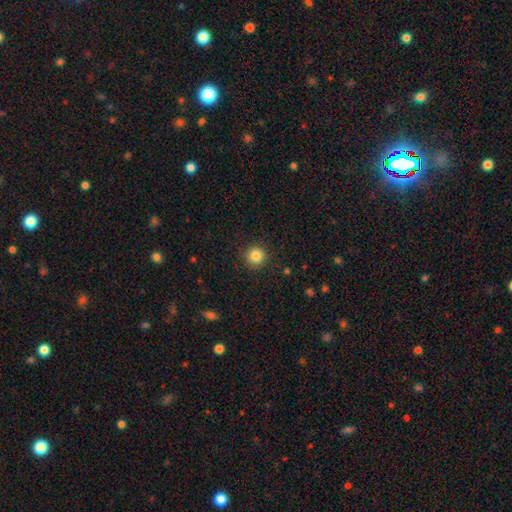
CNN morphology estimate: Smooth or featured? Predicted: smooth (p=0.84). How rounded? Predicted: round (p=0.95). Merging? Predicted: none (p=0.91).